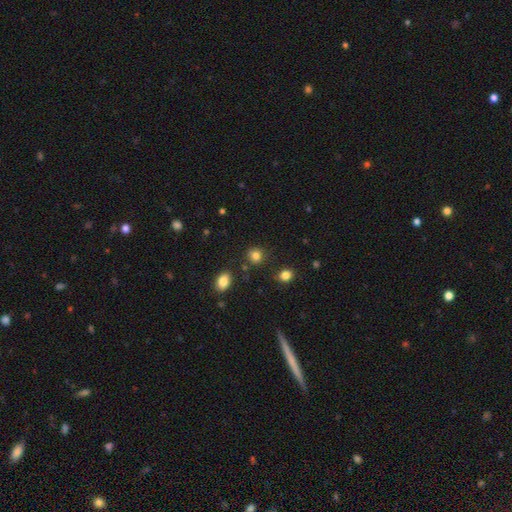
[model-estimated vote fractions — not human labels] smooth_or_featured: smooth (p=0.83) [alt: star or artifact p=0.12]
how_rounded: round (p=0.83) [alt: in between p=0.16]
merging: none (p=0.83) [alt: minor disturbance p=0.09]